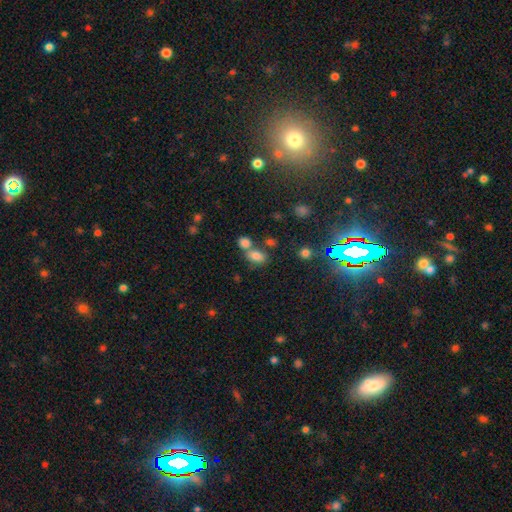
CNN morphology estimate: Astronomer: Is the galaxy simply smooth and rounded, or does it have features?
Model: smooth — 77%.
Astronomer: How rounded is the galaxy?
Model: in between — 83%.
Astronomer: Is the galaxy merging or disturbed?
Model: none — 45% (runner-up: merger, 40%).